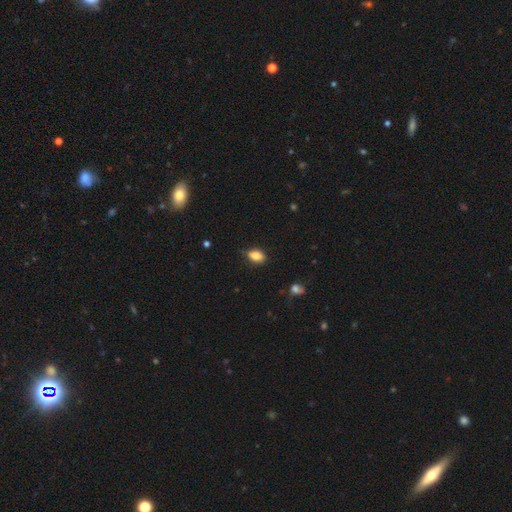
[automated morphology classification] smooth-or-featured: smooth: 84% | star or artifact: 9% | featured or disk: 7%
  how-rounded: in between: 85% | round: 12% | cigar-shaped: 3%
  merging: none: 75% | minor disturbance: 20% | major disturbance: 3% | merger: 1%